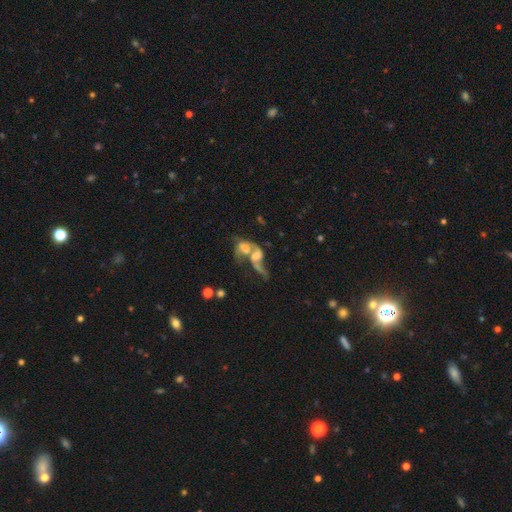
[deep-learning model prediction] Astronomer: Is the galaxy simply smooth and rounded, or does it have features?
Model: featured or disk — 65%.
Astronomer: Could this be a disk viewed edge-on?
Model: no — 94%.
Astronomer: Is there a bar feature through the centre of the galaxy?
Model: no — 65%.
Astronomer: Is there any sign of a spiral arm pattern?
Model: yes — 73%.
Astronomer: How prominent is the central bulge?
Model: moderate — 38% (runner-up: small, 22%).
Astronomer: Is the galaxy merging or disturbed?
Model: merger — 72%.